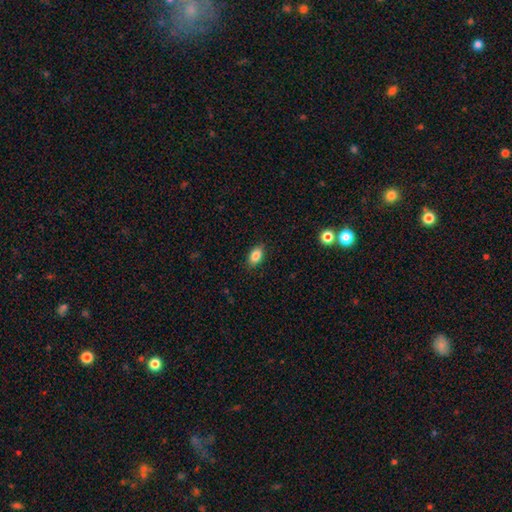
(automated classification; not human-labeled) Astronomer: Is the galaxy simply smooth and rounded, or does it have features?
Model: smooth — 86%.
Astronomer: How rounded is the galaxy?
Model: in between — 89%.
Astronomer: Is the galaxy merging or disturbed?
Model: none — 88%.